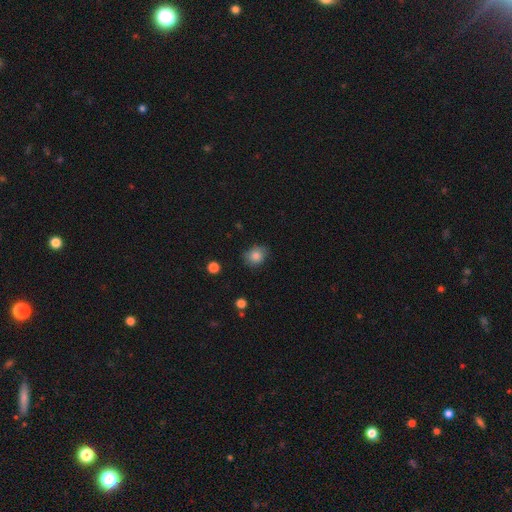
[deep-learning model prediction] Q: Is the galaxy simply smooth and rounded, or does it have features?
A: smooth — 83%.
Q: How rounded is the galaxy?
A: round — 64%.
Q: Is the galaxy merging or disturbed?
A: none — 72%.